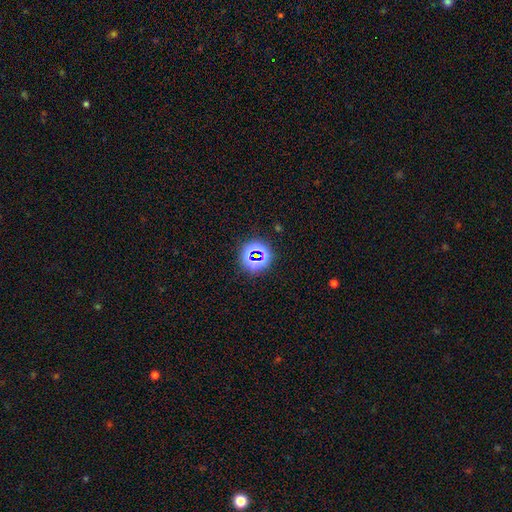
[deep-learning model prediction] Smooth or featured: star or artifact — 64% (smooth — 26%)